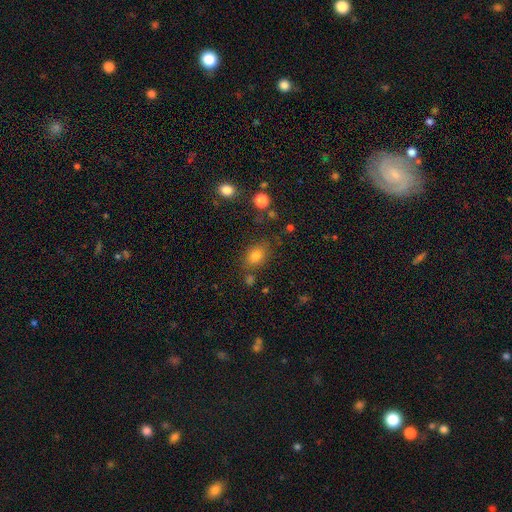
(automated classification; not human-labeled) Morphology: type=smooth (78%); roundness=in between (61%); merging=none (75%).